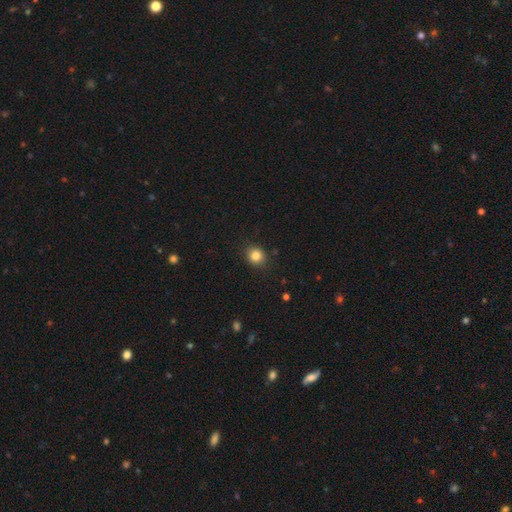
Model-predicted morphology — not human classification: This is clearly a smooth galaxy (84%). How rounded: likely round (80%). Merging: clearly none (88%).